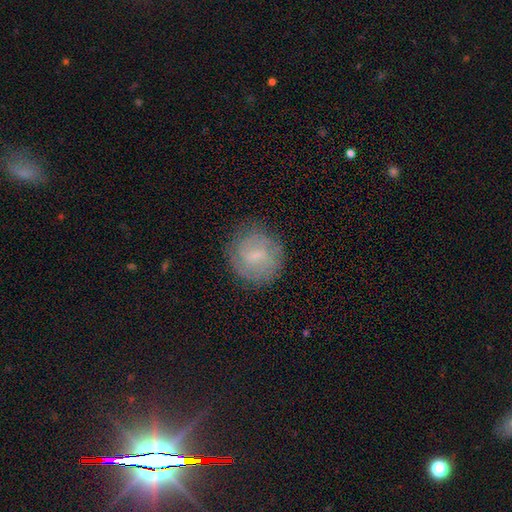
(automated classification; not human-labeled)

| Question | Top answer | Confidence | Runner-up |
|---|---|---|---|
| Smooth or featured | smooth | 48% | featured or disk (43%) |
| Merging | none | 76% | minor disturbance (16%) |